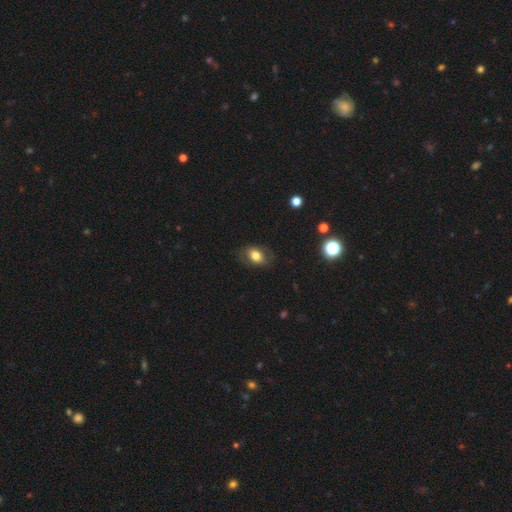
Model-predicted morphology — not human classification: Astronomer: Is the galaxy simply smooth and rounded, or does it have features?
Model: smooth — 72%.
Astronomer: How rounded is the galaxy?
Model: in between — 80%.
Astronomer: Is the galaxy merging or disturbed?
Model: none — 77%.